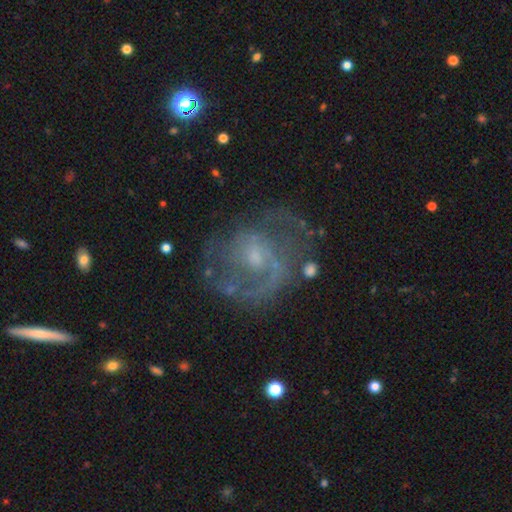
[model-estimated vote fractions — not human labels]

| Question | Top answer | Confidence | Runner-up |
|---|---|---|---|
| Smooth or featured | featured or disk | 79% | smooth (13%) |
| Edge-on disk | no | 98% | yes (2%) |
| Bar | no | 58% | weak (37%) |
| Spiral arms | yes | 84% | no (16%) |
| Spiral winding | medium | 46% | tight (30%) |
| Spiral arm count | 2 | 46% | can't tell (23%) |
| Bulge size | small | 48% | moderate (35%) |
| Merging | none | 58% | major disturbance (20%) |